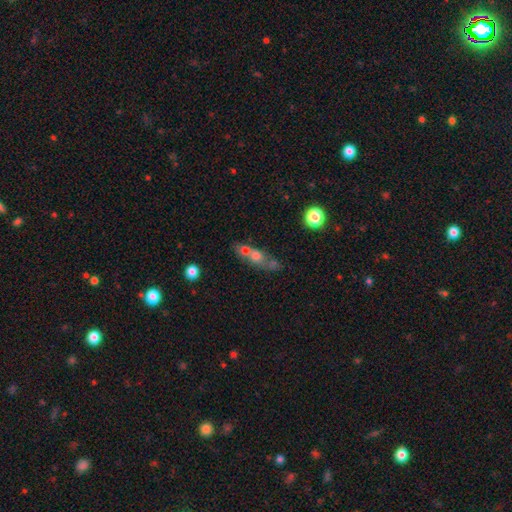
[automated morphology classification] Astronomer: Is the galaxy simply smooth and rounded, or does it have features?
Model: smooth — 58%.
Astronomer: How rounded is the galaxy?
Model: in between — 42% (runner-up: round, 32%).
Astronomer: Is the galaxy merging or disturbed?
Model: merger — 50% (runner-up: none, 30%).